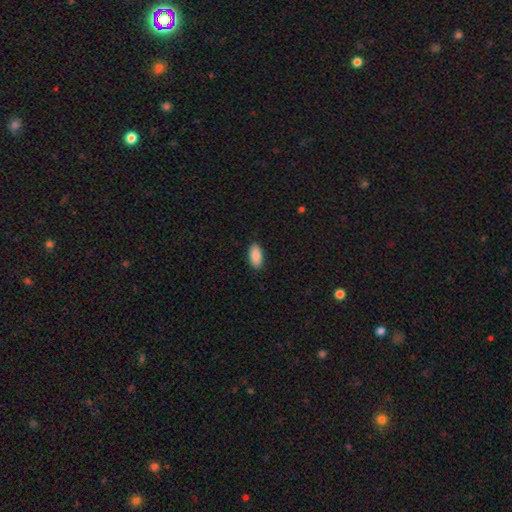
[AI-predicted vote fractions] Smooth or featured?
  - smooth: 90% *
  - star or artifact: 6%
  - featured or disk: 4%
How rounded?
  - in between: 93% *
  - cigar-shaped: 5%
  - round: 2%
Merging?
  - none: 89% *
  - minor disturbance: 8%
  - major disturbance: 2%
  - merger: 1%